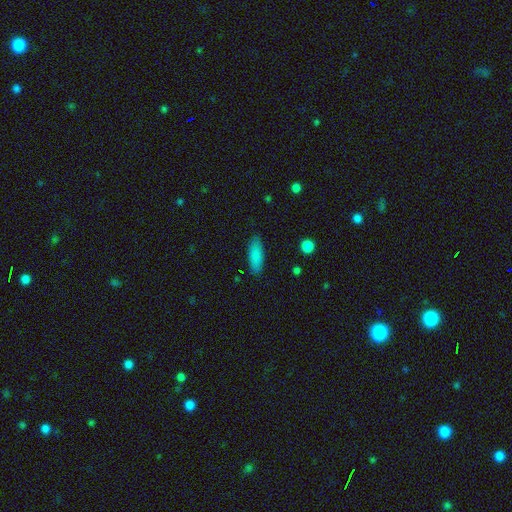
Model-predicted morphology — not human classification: Q: Smooth or featured?
A: smooth (86%); runner-up: featured or disk (7%)
Q: How rounded?
A: in between (63%); runner-up: cigar-shaped (35%)
Q: Merging?
A: none (86%); runner-up: minor disturbance (10%)